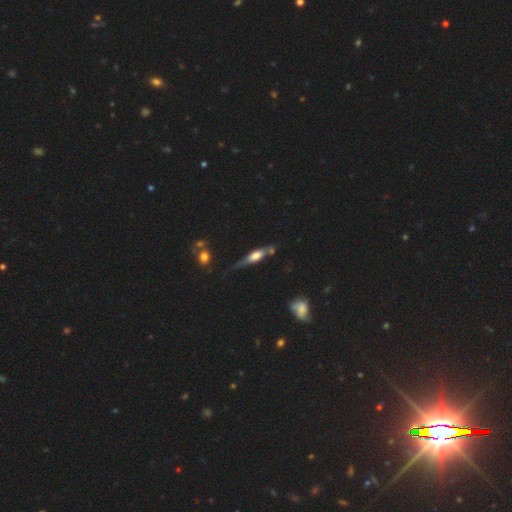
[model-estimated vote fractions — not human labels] smooth-or-featured: featured or disk: 58% | smooth: 35% | star or artifact: 7%
  disk-edge-on: yes: 84% | no: 16%
  merging: none: 57% | minor disturbance: 26% | major disturbance: 10% | merger: 7%